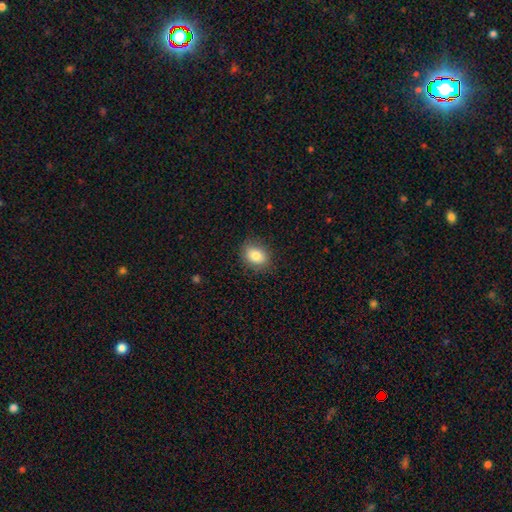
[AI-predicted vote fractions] Q: Smooth or featured?
A: smooth (83%); runner-up: star or artifact (9%)
Q: How rounded?
A: in between (65%); runner-up: round (34%)
Q: Merging?
A: none (84%); runner-up: minor disturbance (12%)